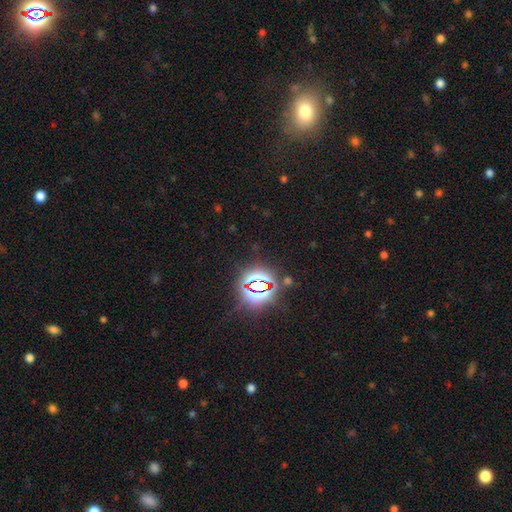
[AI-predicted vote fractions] smooth_or_featured: star or artifact (p=0.80) [alt: smooth p=0.13]